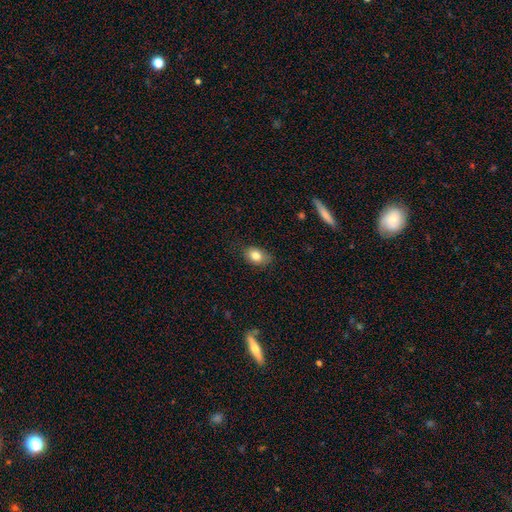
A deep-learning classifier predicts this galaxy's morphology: Smooth or featured: smooth — 81% (featured or disk — 10%)
How rounded: in between — 80% (round — 19%)
Merging: none — 77% (minor disturbance — 18%)